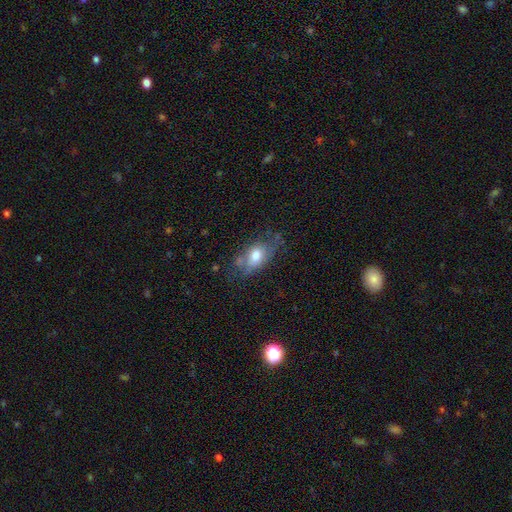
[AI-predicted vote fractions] A smooth galaxy with no disk features (68%) that is in between round and cigar-shaped (87%).

Vote fractions:
- Smooth or featured? smooth: 68% / featured or disk: 23% / star or artifact: 8%
- How rounded? in between: 87% / round: 9% / cigar-shaped: 4%
- Merging? none: 53% / minor disturbance: 29% / major disturbance: 13% / merger: 5%